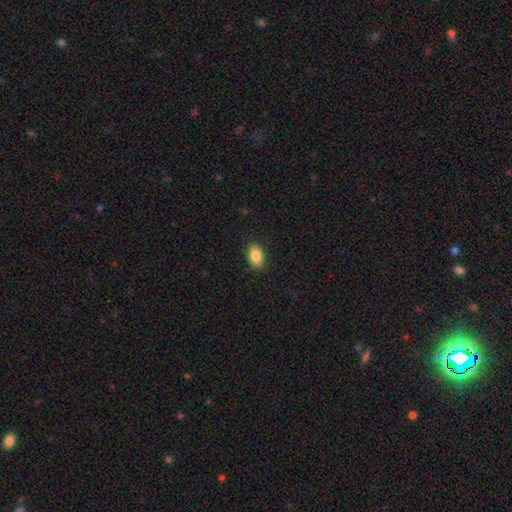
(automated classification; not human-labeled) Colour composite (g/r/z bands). It shows a smooth galaxy with no disk features (85%) that is in between round and cigar-shaped (88%). Merging: none (88%).